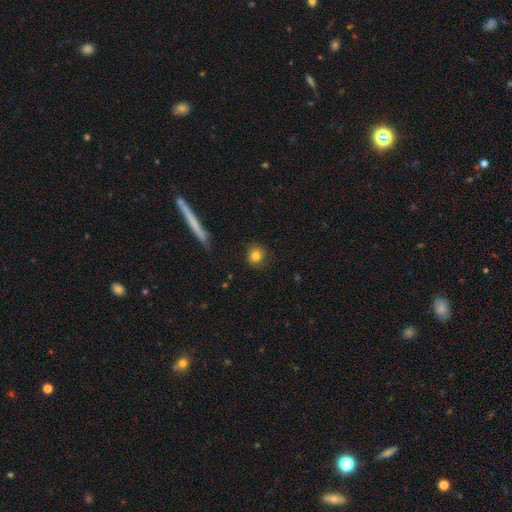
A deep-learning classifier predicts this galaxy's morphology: smooth 81%, star or artifact 10%, featured or disk 9%. Down the decision tree: how rounded — round (89%); merging — none (86%).